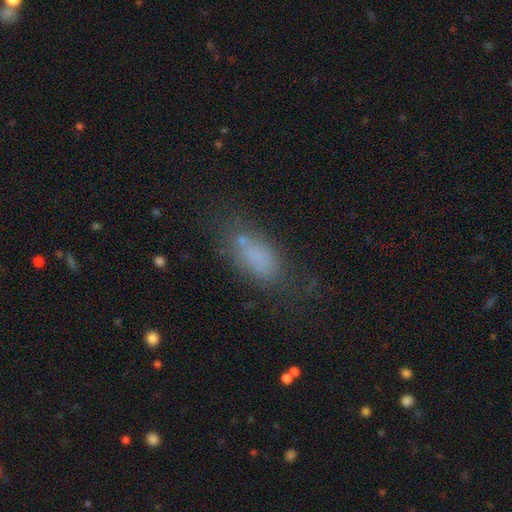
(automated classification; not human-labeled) Morphology: type=smooth (72%); roundness=in between (81%); merging=none (54%).